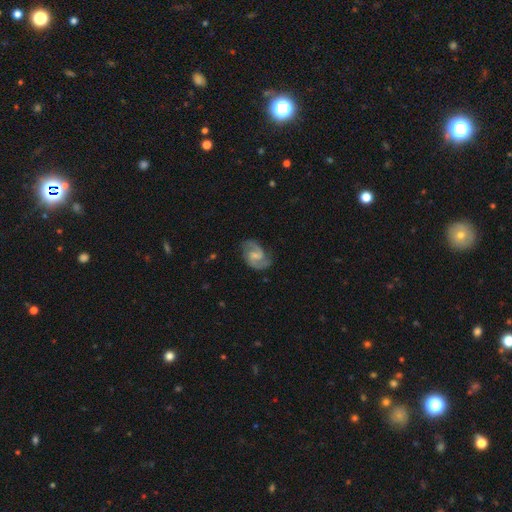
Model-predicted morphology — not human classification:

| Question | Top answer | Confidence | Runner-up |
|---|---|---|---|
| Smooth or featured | featured or disk | 85% | smooth (10%) |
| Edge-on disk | no | 98% | yes (2%) |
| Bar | weak | 57% | no (29%) |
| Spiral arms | yes | 97% | no (3%) |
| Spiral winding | medium | 57% | loose (23%) |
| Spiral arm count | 2 | 91% | can't tell (3%) |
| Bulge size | small | 46% | moderate (33%) |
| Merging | none | 77% | minor disturbance (16%) |